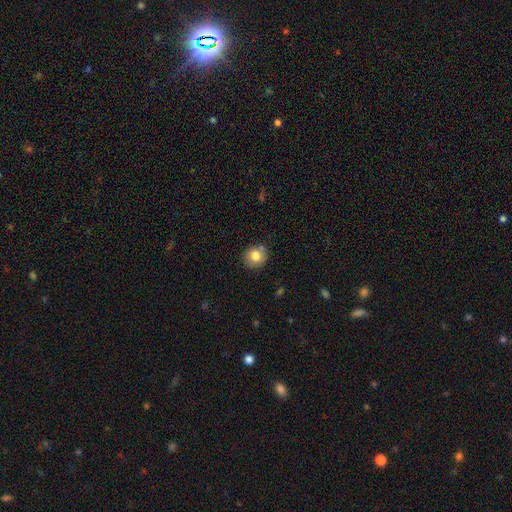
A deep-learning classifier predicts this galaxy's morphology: smooth_or_featured: smooth (p=0.81) [alt: star or artifact p=0.10]
how_rounded: round (p=0.83) [alt: in between p=0.16]
merging: none (p=0.79) [alt: minor disturbance p=0.13]